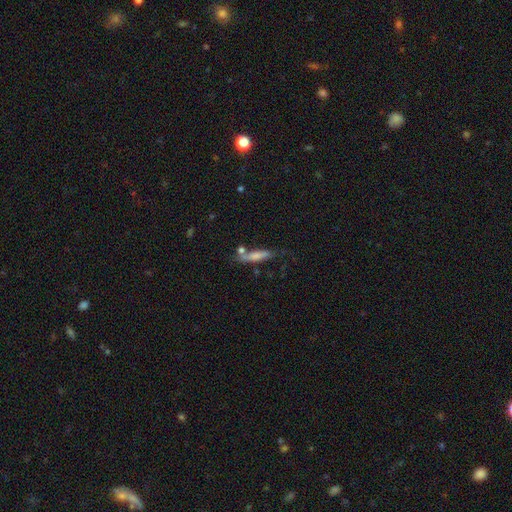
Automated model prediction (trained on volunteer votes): smooth_or_featured: smooth (p=0.65) [alt: featured or disk p=0.27]
how_rounded: cigar-shaped (p=0.82) [alt: in between p=0.15]
merging: none (p=0.58) [alt: minor disturbance p=0.21]